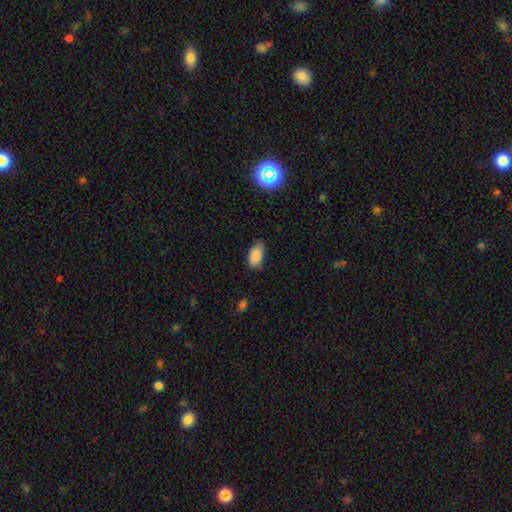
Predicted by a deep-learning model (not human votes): Overall: smooth (87%). How rounded: in between (93%). Merging: none (64%; minor disturbance 29%).